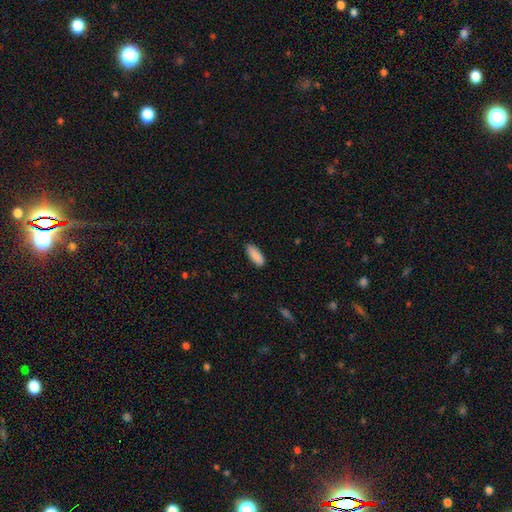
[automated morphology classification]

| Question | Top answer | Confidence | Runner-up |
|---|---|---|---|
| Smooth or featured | smooth | 90% | star or artifact (6%) |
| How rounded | in between | 75% | cigar-shaped (23%) |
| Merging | none | 87% | minor disturbance (10%) |